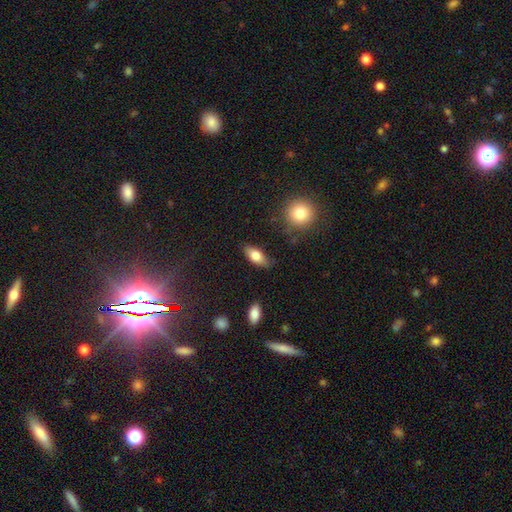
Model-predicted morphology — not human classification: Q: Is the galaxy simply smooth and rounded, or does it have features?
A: smooth — 76%.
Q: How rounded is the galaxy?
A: in between — 84%.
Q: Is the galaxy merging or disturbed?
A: none — 80%.